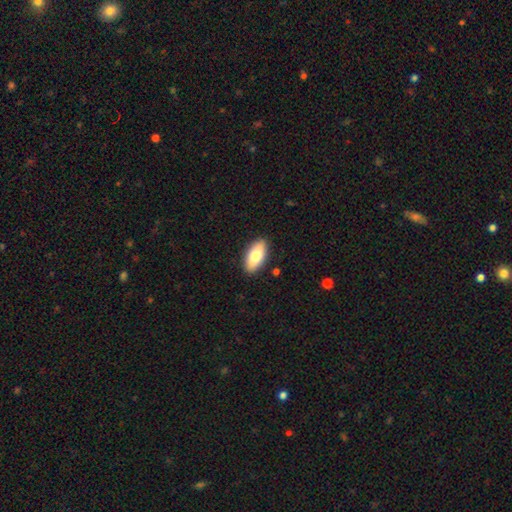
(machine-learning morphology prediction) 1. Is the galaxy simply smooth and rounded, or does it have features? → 74% smooth, 20% featured or disk, 6% star or artifact.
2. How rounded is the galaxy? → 91% in between, 6% cigar-shaped, 3% round.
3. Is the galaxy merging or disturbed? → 89% none, 8% minor disturbance, 2% major disturbance, 1% merger.